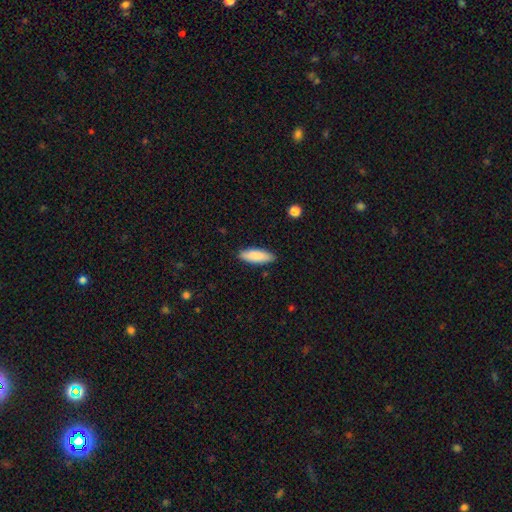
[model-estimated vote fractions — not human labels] smooth_or_featured: smooth (p=0.87) [alt: featured or disk p=0.07]
how_rounded: in between (p=0.60) [alt: cigar-shaped p=0.39]
merging: none (p=0.88) [alt: minor disturbance p=0.09]